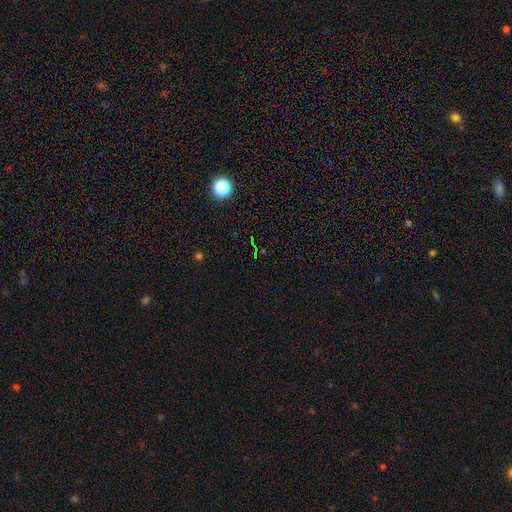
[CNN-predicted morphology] A star or artifact, not a galaxy (75%).

Vote fractions:
- Smooth or featured? star or artifact: 75% / smooth: 16% / featured or disk: 9%